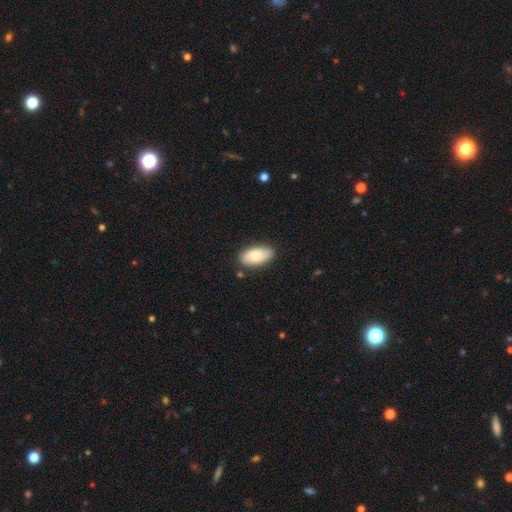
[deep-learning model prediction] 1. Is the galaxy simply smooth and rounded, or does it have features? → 79% smooth, 15% featured or disk, 6% star or artifact.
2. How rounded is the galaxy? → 93% in between, 5% cigar-shaped, 3% round.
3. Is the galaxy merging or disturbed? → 85% none, 11% minor disturbance, 2% major disturbance, 2% merger.